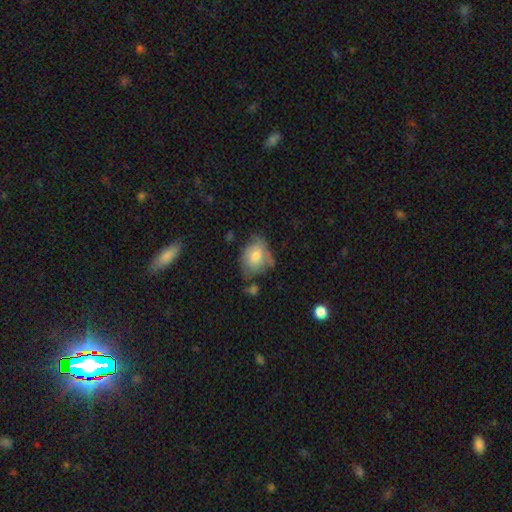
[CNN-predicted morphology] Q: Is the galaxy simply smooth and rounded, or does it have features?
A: smooth — 71%.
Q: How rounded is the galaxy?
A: in between — 61%.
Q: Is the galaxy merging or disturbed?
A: none — 48%.